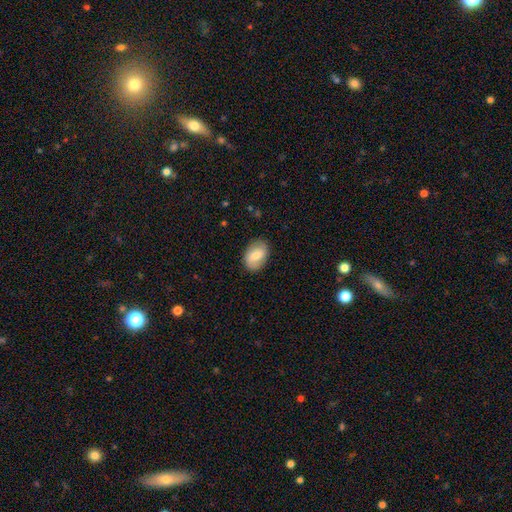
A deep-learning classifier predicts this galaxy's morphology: Q: Smooth or featured?
A: smooth (64%); runner-up: featured or disk (29%)
Q: How rounded?
A: in between (83%); runner-up: round (15%)
Q: Merging?
A: none (82%); runner-up: minor disturbance (13%)